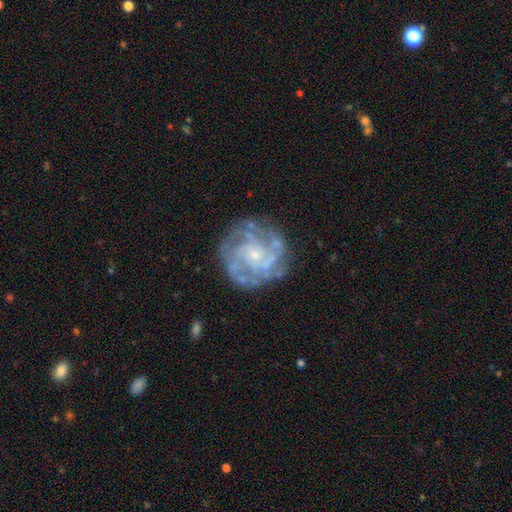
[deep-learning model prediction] Q: Smooth or featured?
A: featured or disk (83%); runner-up: smooth (10%)
Q: Edge-on disk?
A: no (98%); runner-up: yes (2%)
Q: Bar?
A: no (73%); runner-up: weak (23%)
Q: Spiral arms?
A: yes (90%); runner-up: no (10%)
Q: Spiral winding?
A: tight (58%); runner-up: medium (33%)
Q: Spiral arm count?
A: can't tell (33%); runner-up: 3 (20%)
Q: Bulge size?
A: small (75%); runner-up: moderate (17%)
Q: Merging?
A: none (75%); runner-up: minor disturbance (15%)